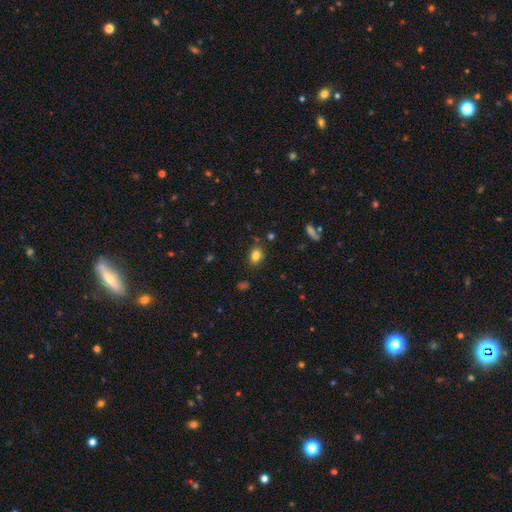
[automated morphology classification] Smooth or featured?
  - smooth: 80% *
  - star or artifact: 12%
  - featured or disk: 8%
How rounded?
  - in between: 64% *
  - round: 34%
  - cigar-shaped: 2%
Merging?
  - none: 80% *
  - minor disturbance: 14%
  - merger: 3%
  - major disturbance: 3%